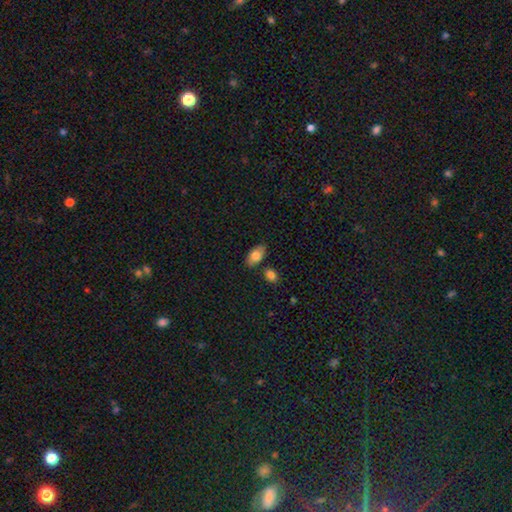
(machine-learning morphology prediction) The model was most divided on "smooth or featured": smooth: 78%, featured or disk: 15%, star or artifact: 7%. More confident: how rounded — in between (92%); merging — none (77%).